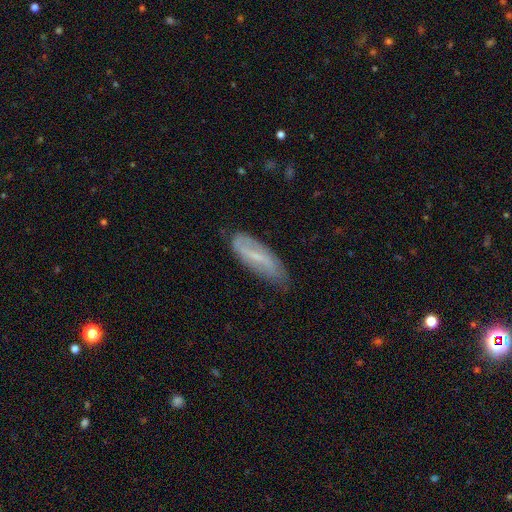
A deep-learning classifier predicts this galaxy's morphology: Q: Smooth or featured?
A: featured or disk (57%); runner-up: smooth (35%)
Q: Edge-on disk?
A: no (79%); runner-up: yes (21%)
Q: Merging?
A: none (62%); runner-up: minor disturbance (28%)